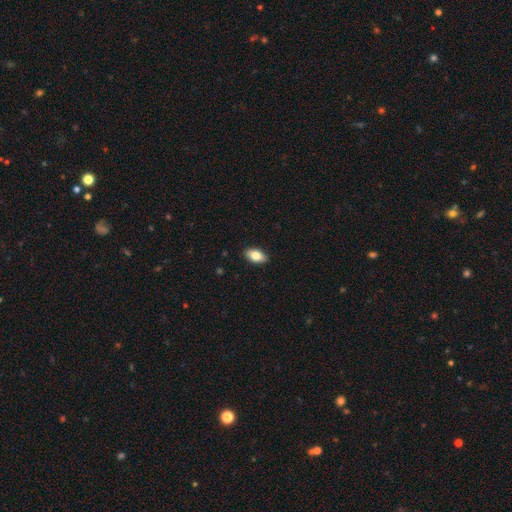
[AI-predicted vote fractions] Q: Smooth or featured?
A: smooth (81%); runner-up: featured or disk (12%)
Q: How rounded?
A: in between (91%); runner-up: round (5%)
Q: Merging?
A: none (89%); runner-up: minor disturbance (8%)